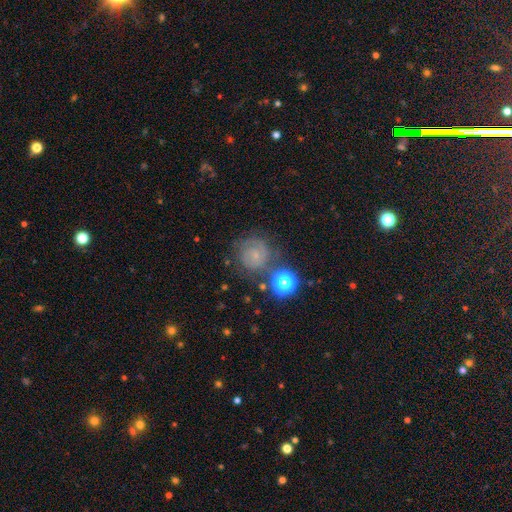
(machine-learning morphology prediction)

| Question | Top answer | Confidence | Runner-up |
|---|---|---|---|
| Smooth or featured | featured or disk | 52% | smooth (32%) |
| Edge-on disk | no | 97% | yes (3%) |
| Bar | no | 70% | weak (24%) |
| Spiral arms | yes | 84% | no (16%) |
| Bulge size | small | 69% | moderate (15%) |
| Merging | none | 66% | minor disturbance (17%) |